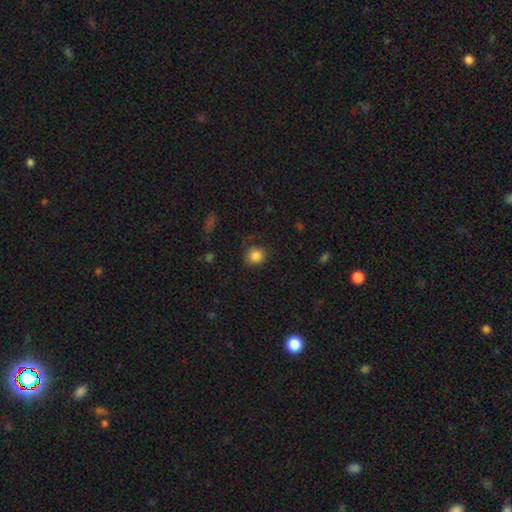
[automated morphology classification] A smooth galaxy with no disk features (85%) that is round (87%).

Vote fractions:
- Smooth or featured? smooth: 85% / star or artifact: 11% / featured or disk: 5%
- How rounded? round: 87% / in between: 12% / cigar-shaped: 1%
- Merging? none: 82% / minor disturbance: 12% / major disturbance: 4% / merger: 2%